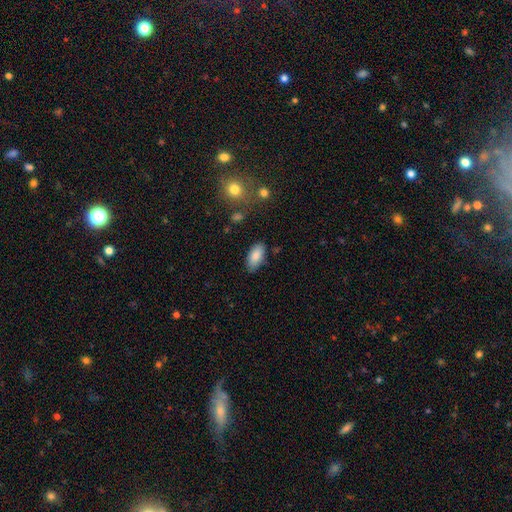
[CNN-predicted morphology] This appears to be a smooth galaxy with no disk features (85%) that is in between round and cigar-shaped (92%). Merging: none (81%).